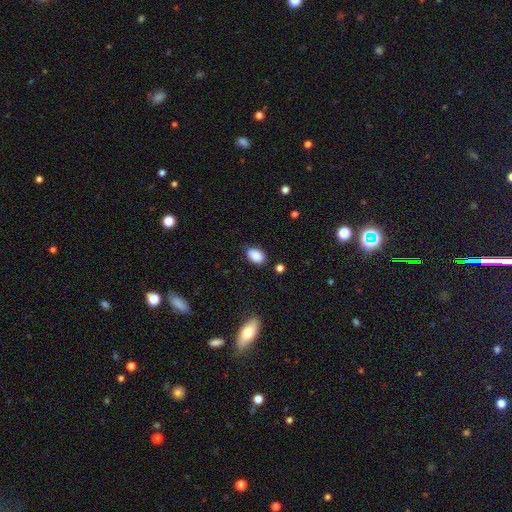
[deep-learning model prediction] This is clearly a smooth galaxy (87%). How rounded: clearly in between (87%). Merging: likely none (74%).